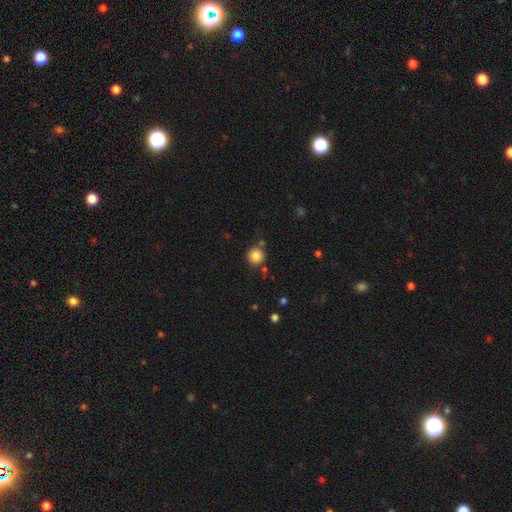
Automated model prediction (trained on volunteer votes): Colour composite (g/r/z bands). It shows a smooth galaxy with no disk features (84%) that is round (93%). Merging: none (79%).